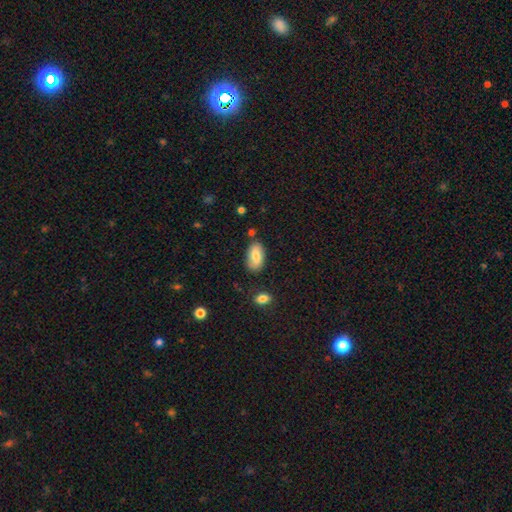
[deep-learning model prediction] This appears to be a smooth galaxy with no disk features (77%) that is in between round and cigar-shaped (93%). Merging: none (76%).